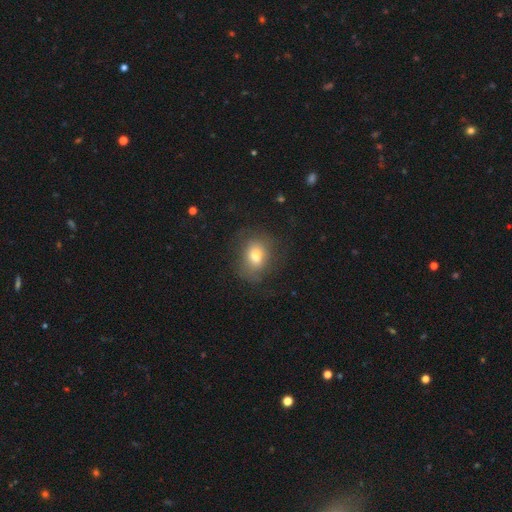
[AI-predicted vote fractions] A smooth galaxy with no disk features (72%) that is round (51%).

Vote fractions:
- Smooth or featured? smooth: 72% / featured or disk: 17% / star or artifact: 11%
- How rounded? round: 51% / in between: 48% / cigar-shaped: 1%
- Merging? none: 70% / minor disturbance: 18% / major disturbance: 11% / merger: 1%